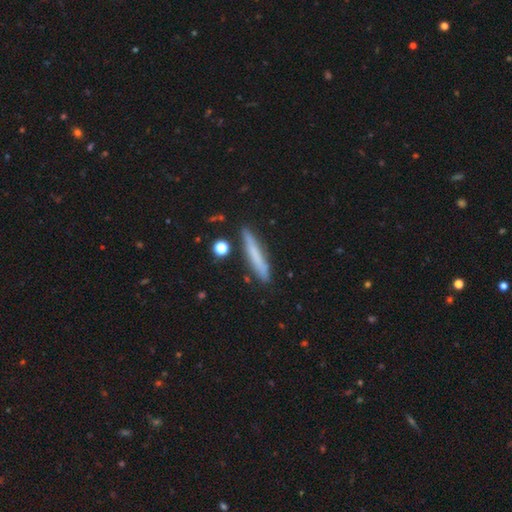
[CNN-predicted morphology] smooth 65%, featured or disk 28%, star or artifact 8%. Down the decision tree: how rounded — cigar-shaped (94%); merging — none (85%).